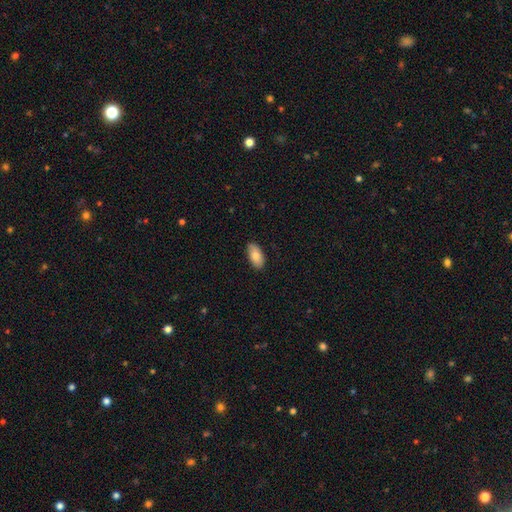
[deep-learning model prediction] Morphology: type=smooth (82%); roundness=in between (94%); merging=none (87%).